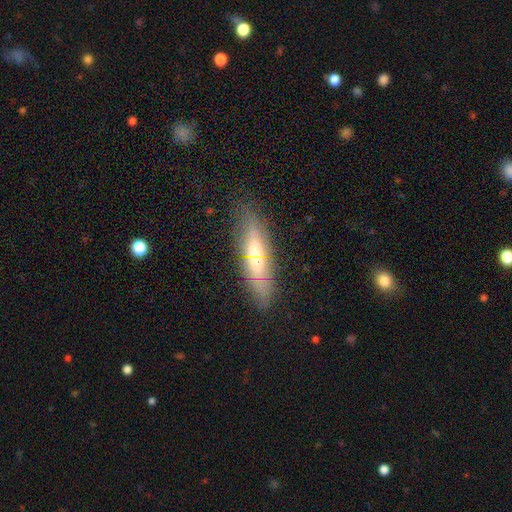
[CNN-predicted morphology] Smooth or featured? smooth (47%)
Merging? none (78%)